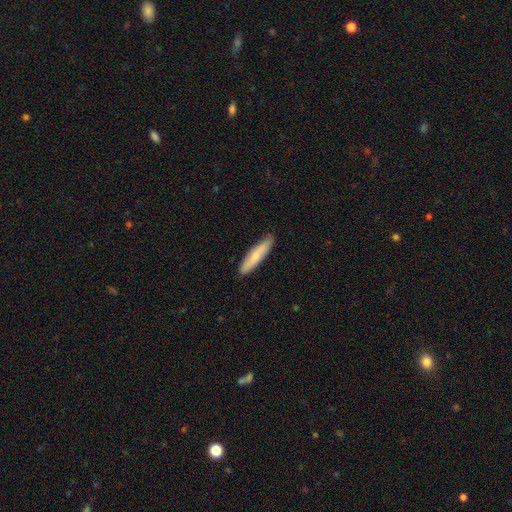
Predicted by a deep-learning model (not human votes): This appears to be a smooth galaxy with no disk features (69%) that is cigar-shaped (84%). Merging: none (87%).